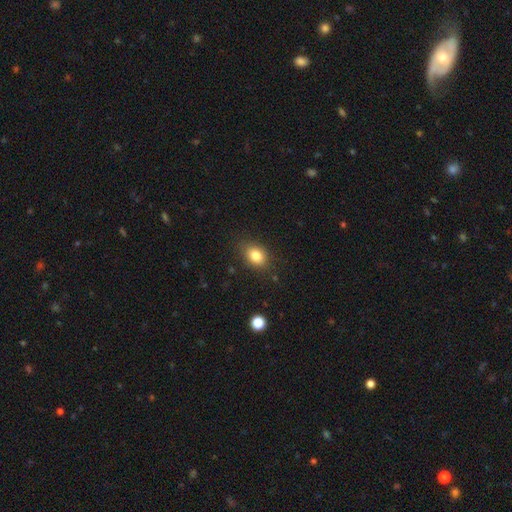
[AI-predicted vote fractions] This is clearly a smooth galaxy (82%). How rounded: likely in between (69%). Merging: clearly none (82%).